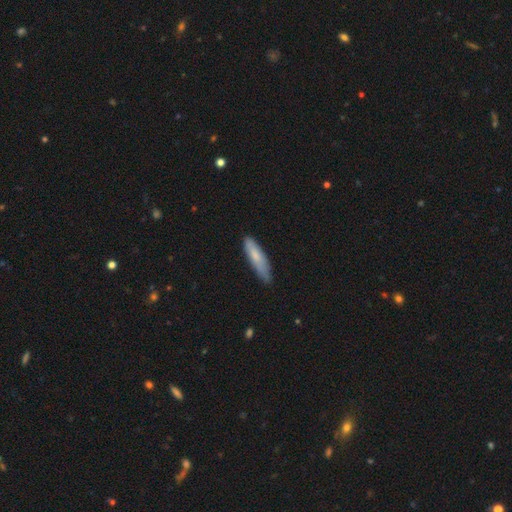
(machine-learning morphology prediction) smooth 75%, featured or disk 19%, star or artifact 6%. Down the decision tree: how rounded — cigar-shaped (72%); merging — none (71%).